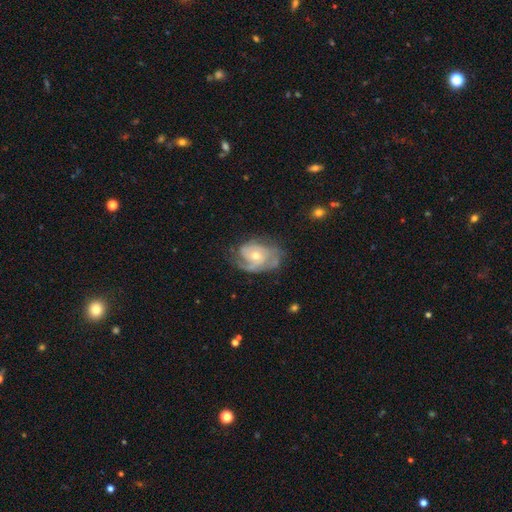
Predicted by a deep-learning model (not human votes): featured or disk 80%, smooth 14%, star or artifact 6%. Down the decision tree: edge-on disk — no (97%); bar — no (72%); spiral arms — yes (92%); spiral arm count — 2 (38%); spiral winding — tight (48%); bulge size — moderate (55%); merging — none (58%).